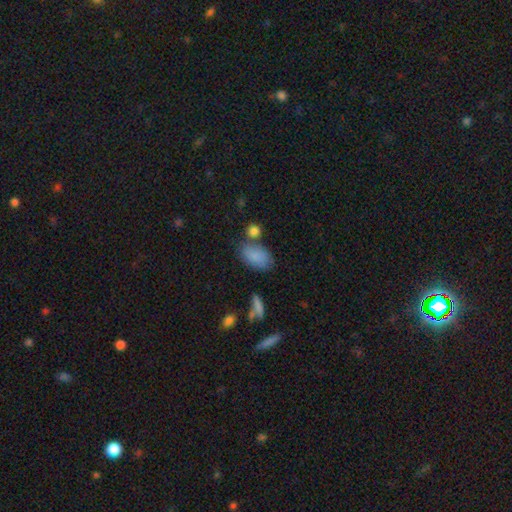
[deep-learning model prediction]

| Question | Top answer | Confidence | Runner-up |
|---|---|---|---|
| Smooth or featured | smooth | 83% | featured or disk (9%) |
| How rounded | in between | 90% | round (8%) |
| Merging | none | 60% | minor disturbance (18%) |